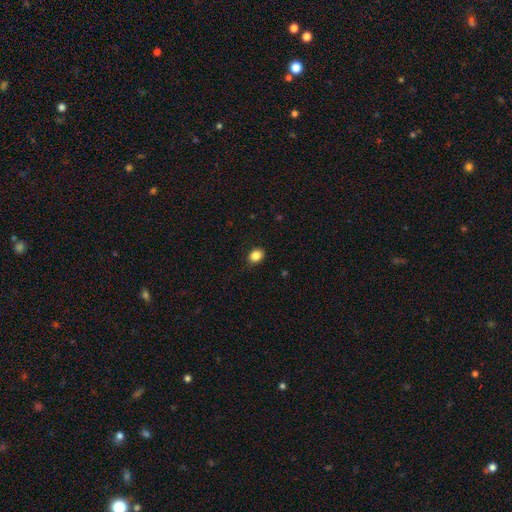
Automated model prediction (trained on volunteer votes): Smooth or featured?
  - smooth: 86% *
  - star or artifact: 10%
  - featured or disk: 4%
How rounded?
  - in between: 51% *
  - round: 48%
  - cigar-shaped: 1%
Merging?
  - none: 86% *
  - minor disturbance: 11%
  - major disturbance: 2%
  - merger: 1%